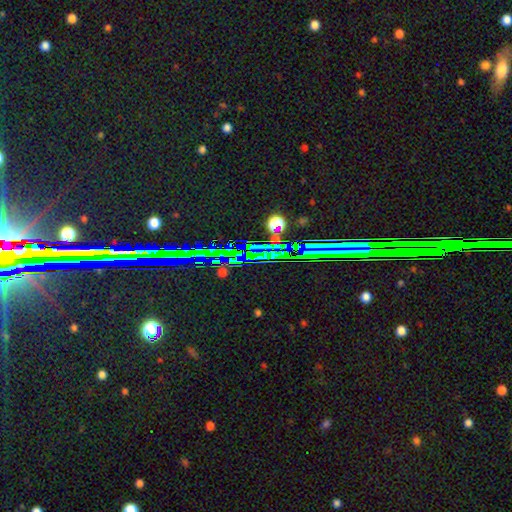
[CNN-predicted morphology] This is clearly a star or artifact rather than a galaxy (85%).